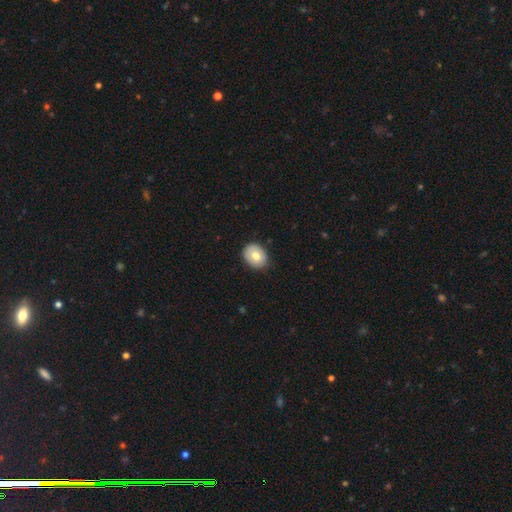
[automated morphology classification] Overall: smooth (71%). How rounded: in between (52%; round 47%). Merging: none (84%).